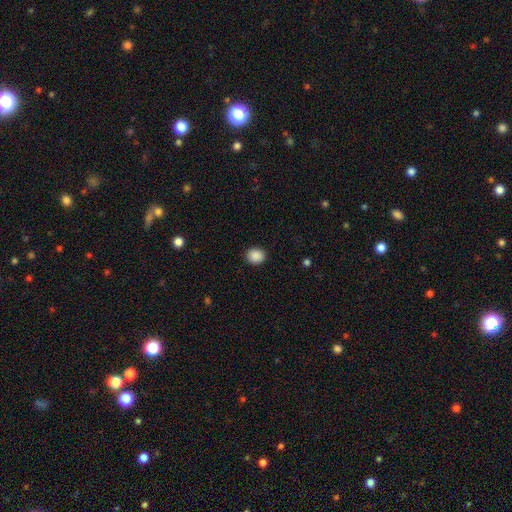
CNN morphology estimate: A smooth galaxy with no disk features (89%) that is round (68%). Merging: none (90%).